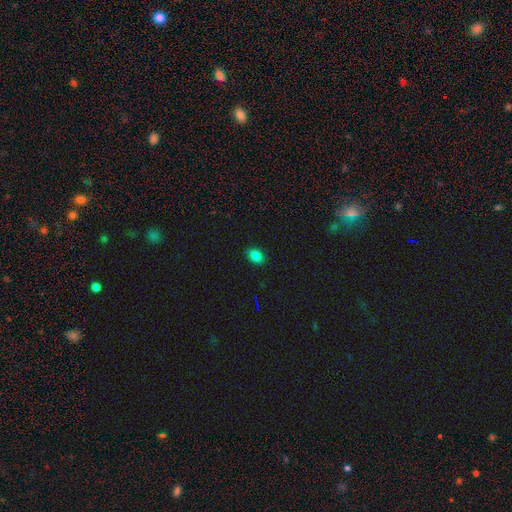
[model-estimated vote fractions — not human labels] Smooth or featured? smooth (83%)
How rounded? in between (81%)
Merging? none (89%)